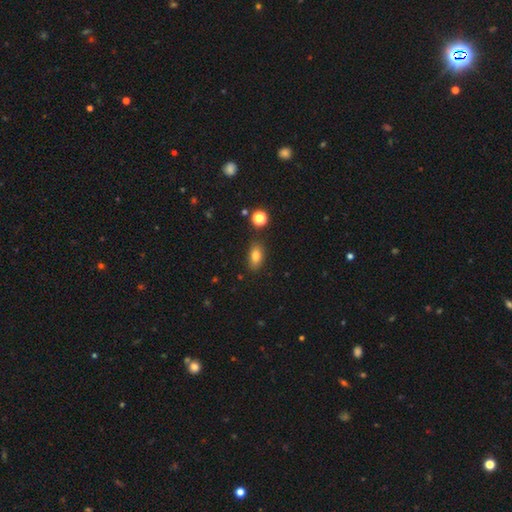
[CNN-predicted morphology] This appears to be a smooth galaxy with no disk features (80%) that is in between round and cigar-shaped (84%). Merging: none (82%).